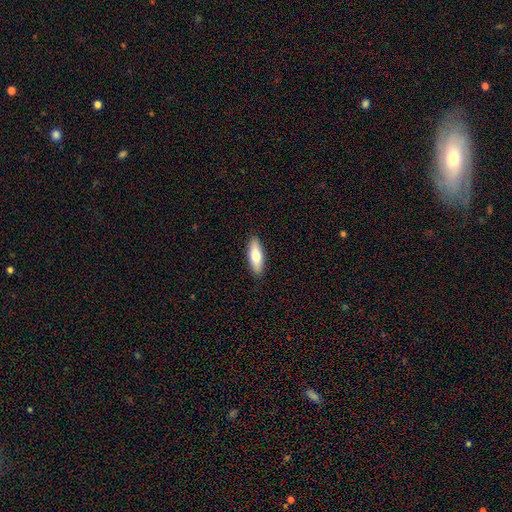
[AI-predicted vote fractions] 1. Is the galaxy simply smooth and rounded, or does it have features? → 74% smooth, 20% featured or disk, 6% star or artifact.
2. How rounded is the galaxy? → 59% in between, 39% cigar-shaped, 2% round.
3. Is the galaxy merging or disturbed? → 89% none, 8% minor disturbance, 2% major disturbance, 1% merger.